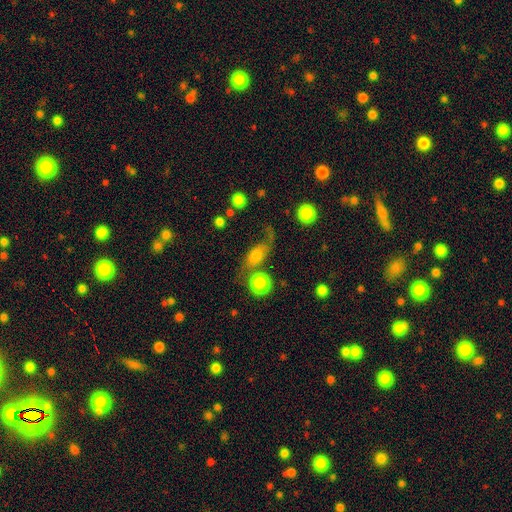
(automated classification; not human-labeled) The model was most divided on "merging": none: 38%, major disturbance: 23%, minor disturbance: 21%, merger: 18%. More confident: how rounded — in between (63%); smooth or featured — smooth (58%).